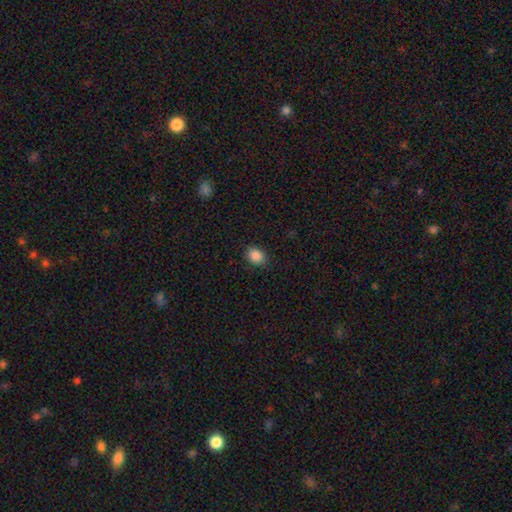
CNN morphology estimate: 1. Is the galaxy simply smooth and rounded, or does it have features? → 87% smooth, 9% star or artifact, 4% featured or disk.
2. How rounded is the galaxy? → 58% in between, 41% round, 1% cigar-shaped.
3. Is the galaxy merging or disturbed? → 88% none, 9% minor disturbance, 2% major disturbance, 1% merger.